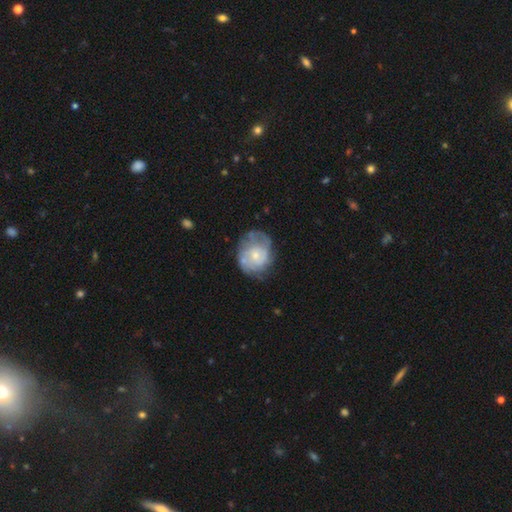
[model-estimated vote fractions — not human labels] Q: Smooth or featured?
A: featured or disk (64%); runner-up: smooth (30%)
Q: Edge-on disk?
A: no (98%); runner-up: yes (2%)
Q: Bar?
A: no (79%); runner-up: weak (19%)
Q: Spiral arms?
A: yes (70%); runner-up: no (30%)
Q: Bulge size?
A: small (58%); runner-up: moderate (34%)
Q: Merging?
A: none (56%); runner-up: minor disturbance (25%)